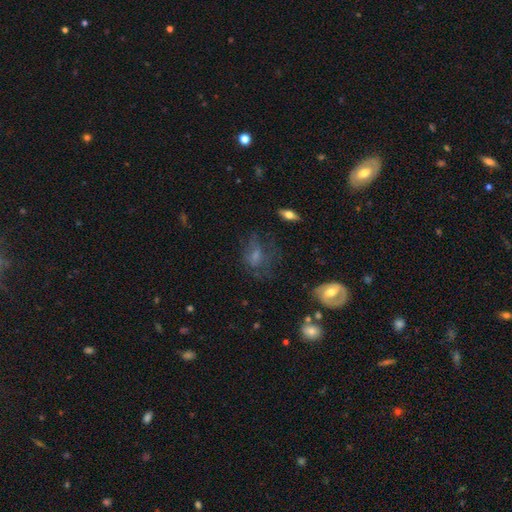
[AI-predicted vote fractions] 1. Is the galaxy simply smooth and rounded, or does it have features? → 48% smooth, 36% featured or disk, 16% star or artifact.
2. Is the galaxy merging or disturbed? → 45% none, 28% major disturbance, 23% minor disturbance, 3% merger.